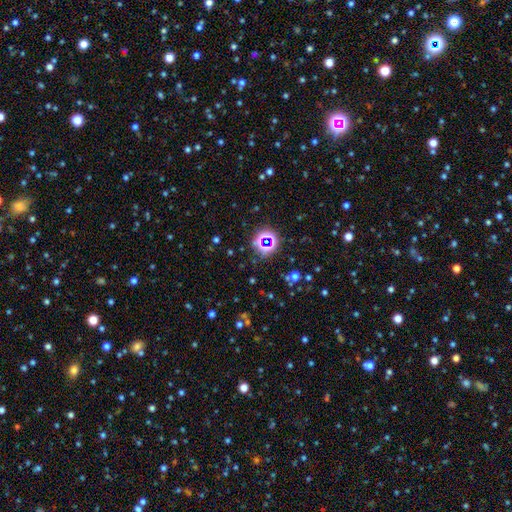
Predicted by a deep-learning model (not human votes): A star or artifact, not a galaxy (77%).